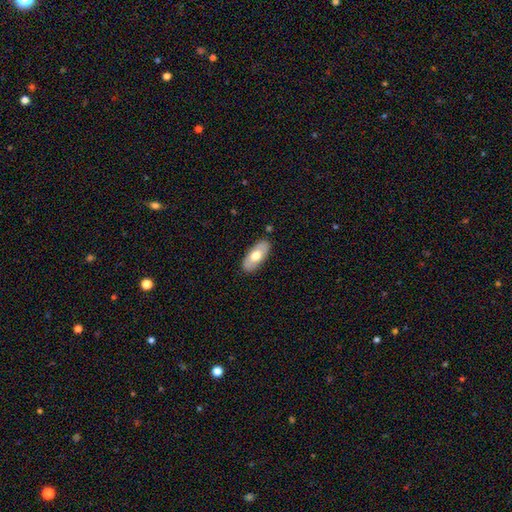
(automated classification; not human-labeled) This is likely a smooth galaxy (62%). How rounded: clearly in between (91%). Merging: clearly none (87%).